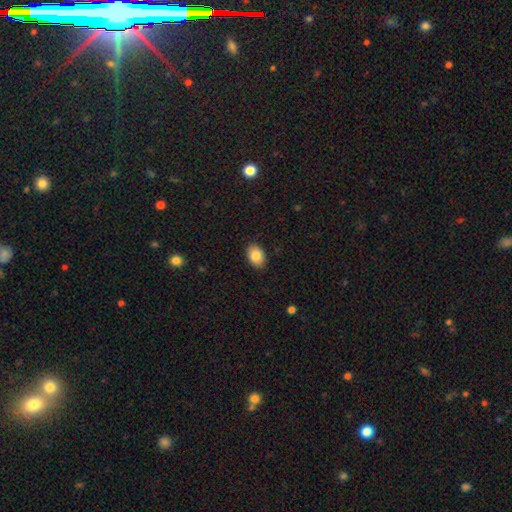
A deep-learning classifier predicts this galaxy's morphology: The model was most divided on "how rounded": in between: 81%, round: 18%, cigar-shaped: 1%. More confident: merging — none (88%); smooth or featured — smooth (85%).